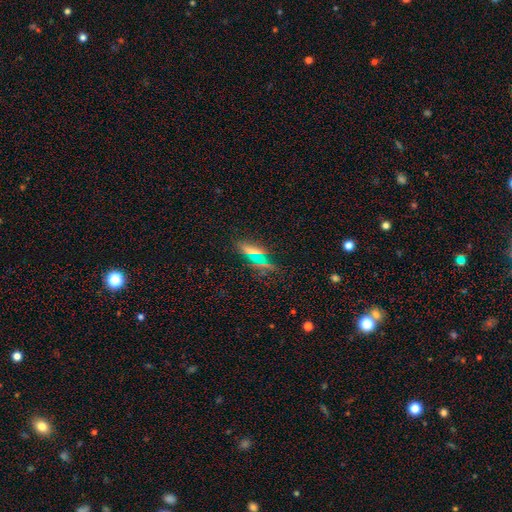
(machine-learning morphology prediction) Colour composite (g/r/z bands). It shows a smooth galaxy with no disk features (58%) that is in between round and cigar-shaped (67%). Merging: none (76%).